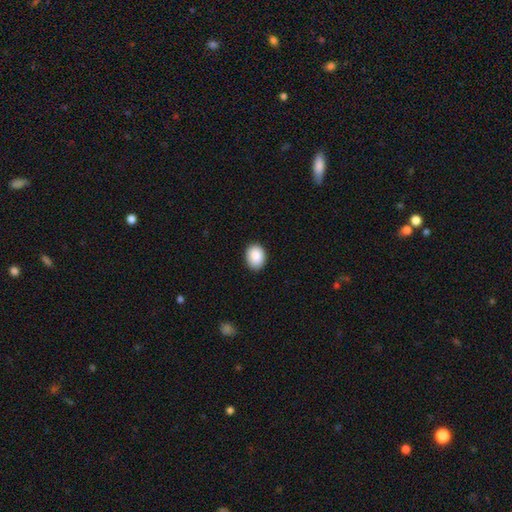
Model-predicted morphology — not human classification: A smooth galaxy with no disk features (89%) that is in between round and cigar-shaped (63%). Merging: none (89%).